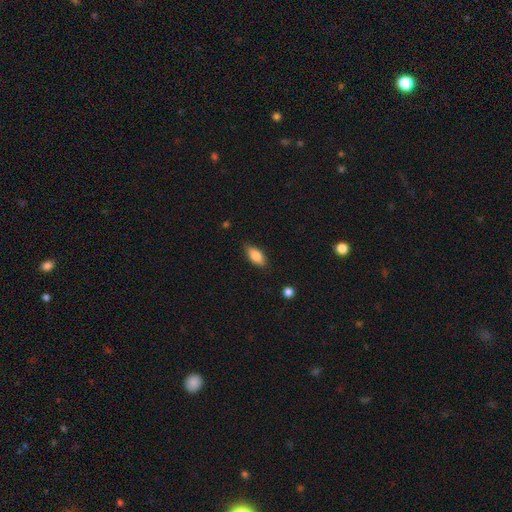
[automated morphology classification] Smooth or featured: smooth — 81% (featured or disk — 12%)
How rounded: in between — 84% (cigar-shaped — 13%)
Merging: none — 82% (minor disturbance — 14%)